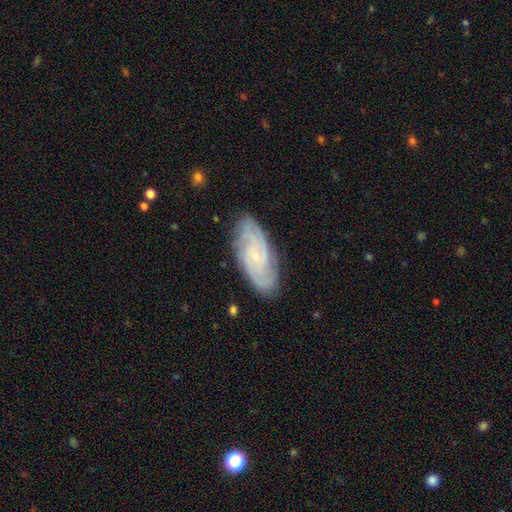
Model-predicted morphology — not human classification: smooth-or-featured: featured or disk: 82% | smooth: 12% | star or artifact: 6%
  disk-edge-on: no: 94% | yes: 6%
    bar: no: 68% | weak: 27% | strong: 5%
    has-spiral-arms: yes: 97% | no: 3%
      spiral-winding: tight: 66% | medium: 29% | loose: 5%
      spiral-arm-count: 2: 25% | can't tell: 24% | 3: 23% | 4: 16% | more than 4: 6% | 1: 5%
    bulge-size: small: 82% | moderate: 11% | none: 5% | large: 1% | dominant: 1%
  merging: none: 82% | minor disturbance: 14% | major disturbance: 3% | merger: 1%